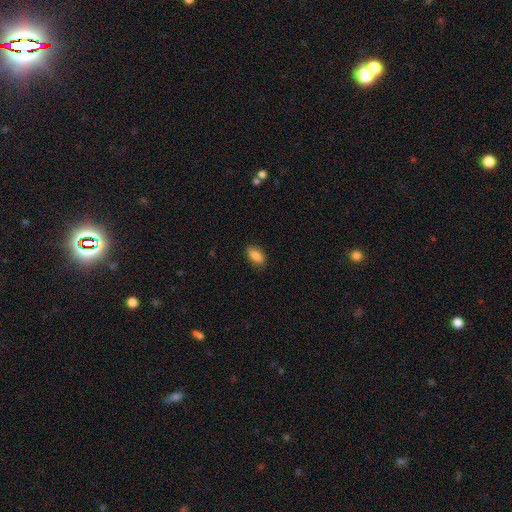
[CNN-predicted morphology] Overall: smooth (85%). How rounded: in between (88%). Merging: none (83%).